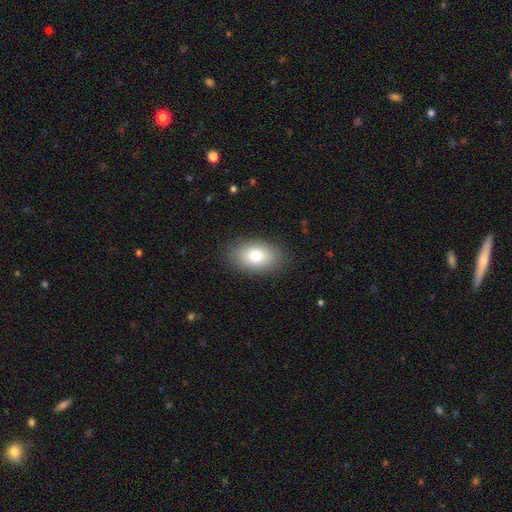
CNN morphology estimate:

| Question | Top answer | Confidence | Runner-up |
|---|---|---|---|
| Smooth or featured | smooth | 78% | featured or disk (13%) |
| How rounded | in between | 87% | round (11%) |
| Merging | none | 87% | minor disturbance (9%) |